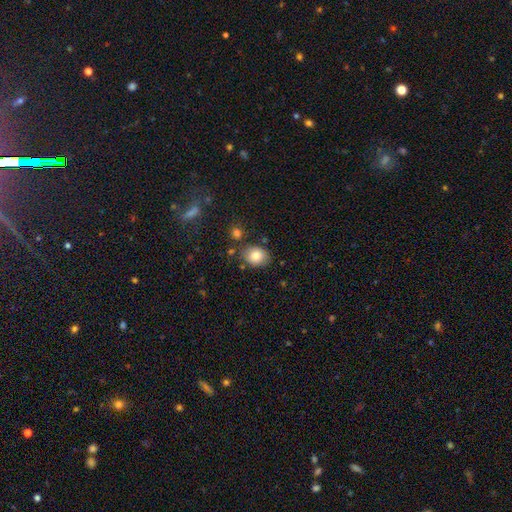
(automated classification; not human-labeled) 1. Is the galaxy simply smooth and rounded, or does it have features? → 84% smooth, 9% star or artifact, 8% featured or disk.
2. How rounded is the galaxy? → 55% in between, 44% round, 1% cigar-shaped.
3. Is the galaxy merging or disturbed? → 79% none, 13% minor disturbance, 5% merger, 3% major disturbance.